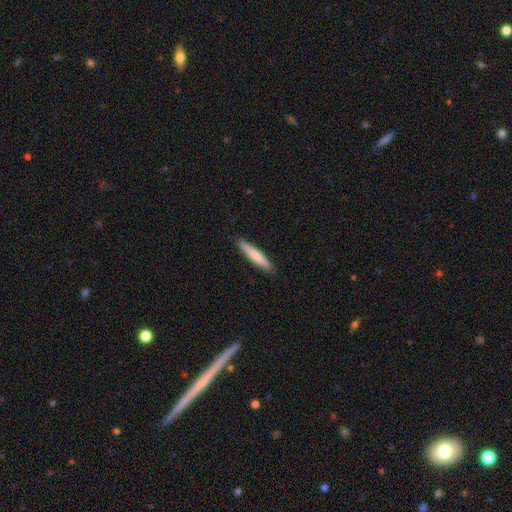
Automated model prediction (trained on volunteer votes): The model was most divided on "smooth or featured": smooth: 74%, featured or disk: 21%, star or artifact: 5%. More confident: how rounded — cigar-shaped (93%); merging — none (90%).